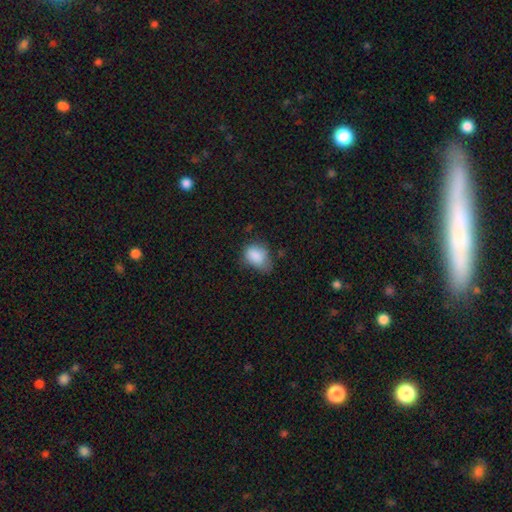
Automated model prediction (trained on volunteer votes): Morphology: type=smooth (84%); roundness=in between (74%); merging=minor disturbance (41%, tied with none).